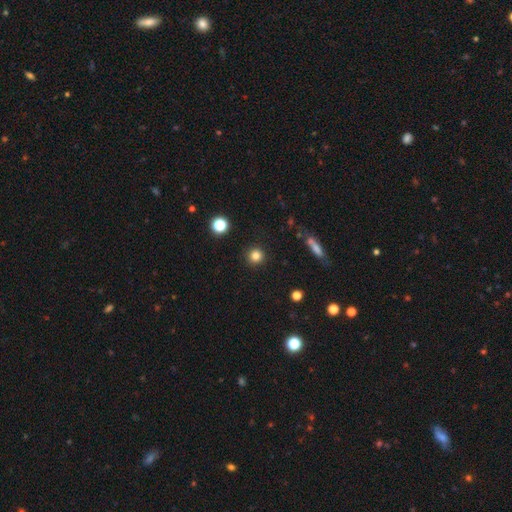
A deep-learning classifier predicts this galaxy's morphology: Smooth or featured? smooth (82%)
How rounded? round (94%)
Merging? none (91%)